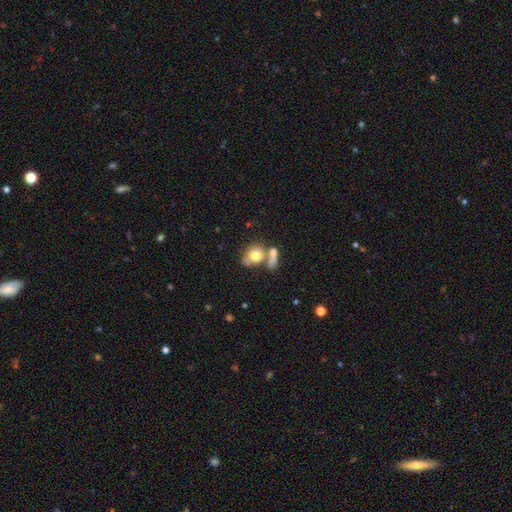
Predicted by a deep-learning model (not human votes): Overall: smooth (71%). How rounded: round (52%; in between 46%). Merging: merger (47%; none 30%).